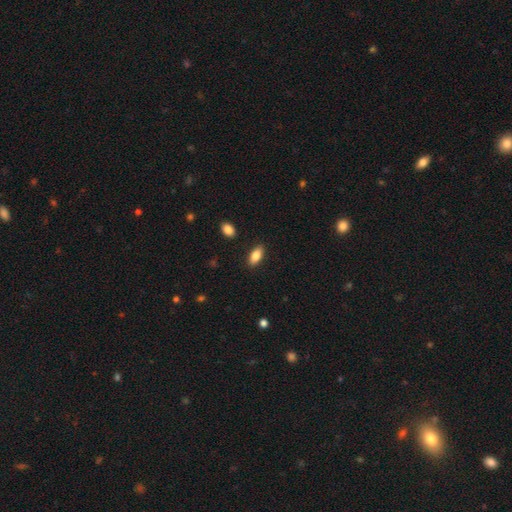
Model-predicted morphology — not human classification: smooth_or_featured: smooth (p=0.83) [alt: featured or disk p=0.09]
how_rounded: in between (p=0.88) [alt: cigar-shaped p=0.09]
merging: none (p=0.88) [alt: minor disturbance p=0.08]